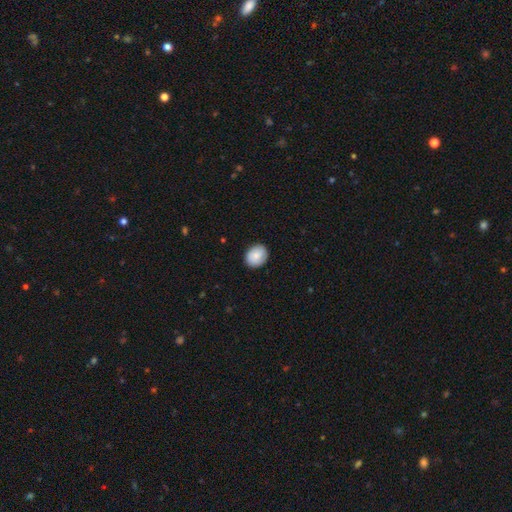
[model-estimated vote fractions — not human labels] smooth-or-featured: smooth: 80% | featured or disk: 13% | star or artifact: 7%
  how-rounded: round: 63% | in between: 36% | cigar-shaped: 1%
  merging: none: 86% | minor disturbance: 11% | major disturbance: 2% | merger: 1%